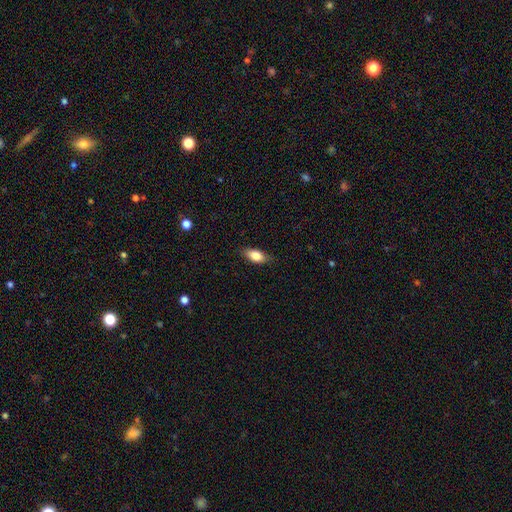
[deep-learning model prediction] A smooth galaxy with no disk features (81%) that is in between round and cigar-shaped (84%). Merging: none (83%).